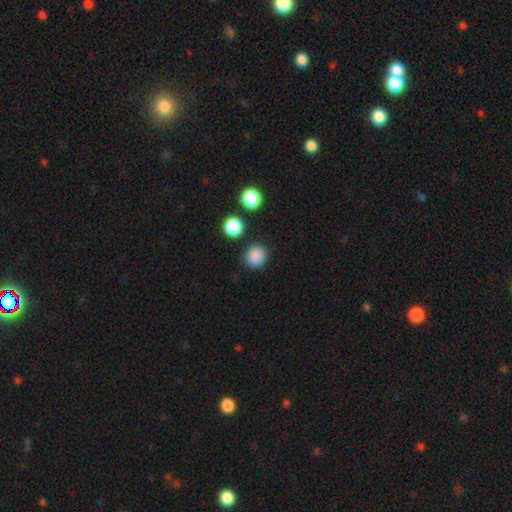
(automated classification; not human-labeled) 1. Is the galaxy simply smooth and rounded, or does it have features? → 86% smooth, 10% star or artifact, 4% featured or disk.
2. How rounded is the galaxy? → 86% round, 13% in between, 1% cigar-shaped.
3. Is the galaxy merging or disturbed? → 85% none, 9% minor disturbance, 3% merger, 3% major disturbance.